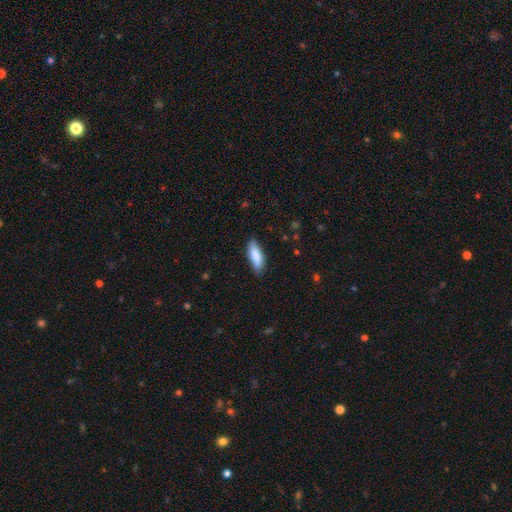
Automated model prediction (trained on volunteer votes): This appears to be a smooth galaxy with no disk features (85%) that is in between round and cigar-shaped (64%). Merging: none (78%).